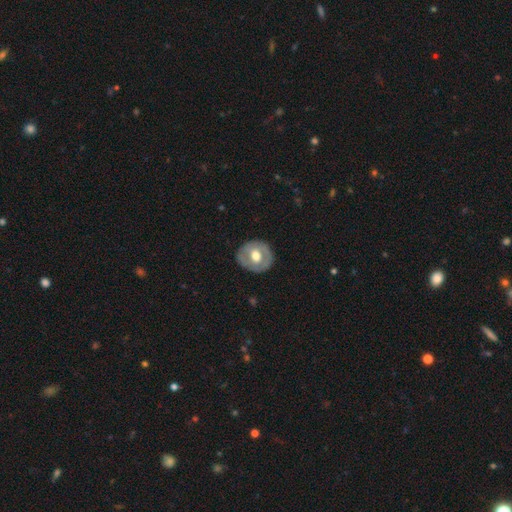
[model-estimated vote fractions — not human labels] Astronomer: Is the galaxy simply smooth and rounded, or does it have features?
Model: featured or disk — 52% (runner-up: smooth, 43%).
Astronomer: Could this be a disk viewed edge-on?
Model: no — 95%.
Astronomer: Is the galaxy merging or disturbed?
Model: none — 81%.